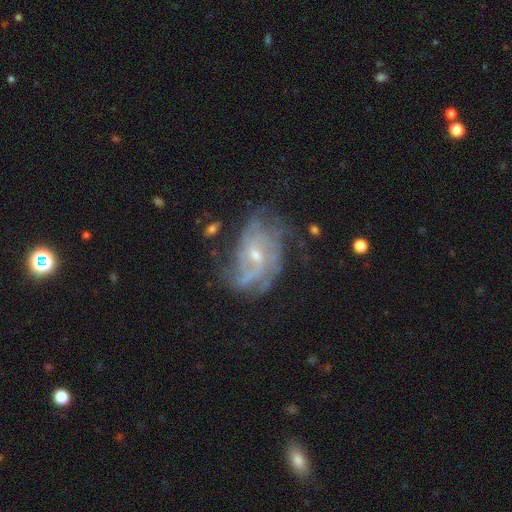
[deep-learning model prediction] Smooth or featured: featured or disk — 81% (smooth — 11%)
Edge-on disk: no — 97% (yes — 3%)
Bar: no — 51% (weak — 41%)
Spiral arms: yes — 88% (no — 12%)
Spiral winding: medium — 41% (tight — 38%)
Spiral arm count: can't tell — 40% (2 — 21%)
Bulge size: small — 61% (moderate — 35%)
Merging: none — 55% (minor disturbance — 24%)